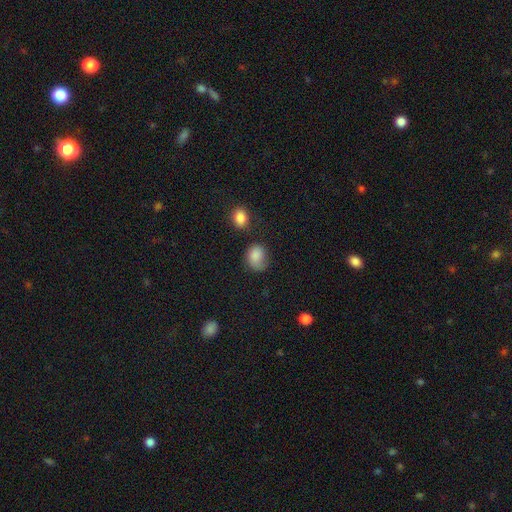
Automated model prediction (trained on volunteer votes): A smooth galaxy with no disk features (81%) that is round (56%).

Vote fractions:
- Smooth or featured? smooth: 81% / featured or disk: 10% / star or artifact: 9%
- How rounded? round: 56% / in between: 43% / cigar-shaped: 1%
- Merging? none: 45% / minor disturbance: 31% / major disturbance: 18% / merger: 6%